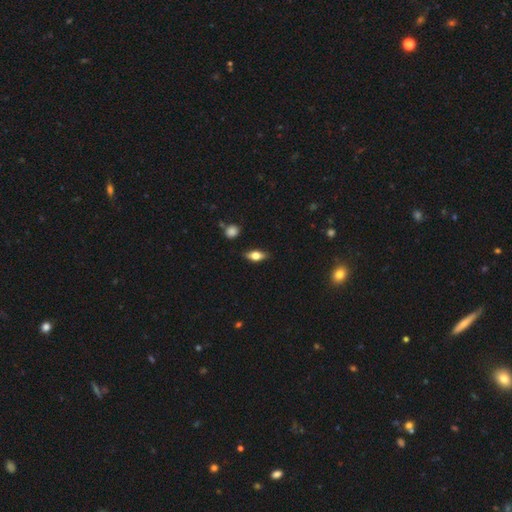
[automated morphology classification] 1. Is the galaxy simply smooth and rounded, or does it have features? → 61% smooth, 31% featured or disk, 8% star or artifact.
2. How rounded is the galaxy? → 76% in between, 18% cigar-shaped, 6% round.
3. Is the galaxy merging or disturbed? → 84% none, 11% minor disturbance, 3% major disturbance, 2% merger.